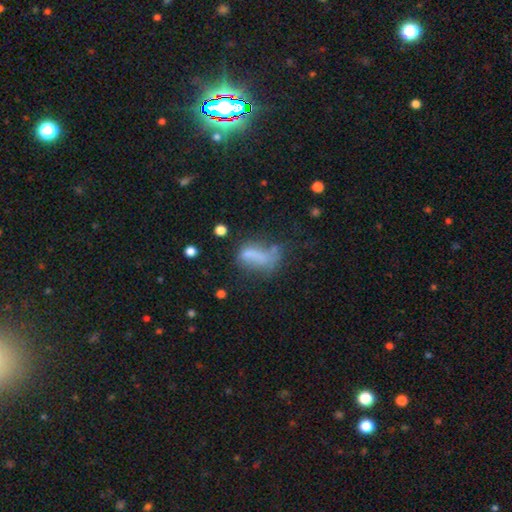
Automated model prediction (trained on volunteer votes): The model was most divided on "merging": major disturbance: 34%, none: 27%, minor disturbance: 24%, merger: 16%. More confident: how rounded — in between (76%); smooth or featured — smooth (58%).